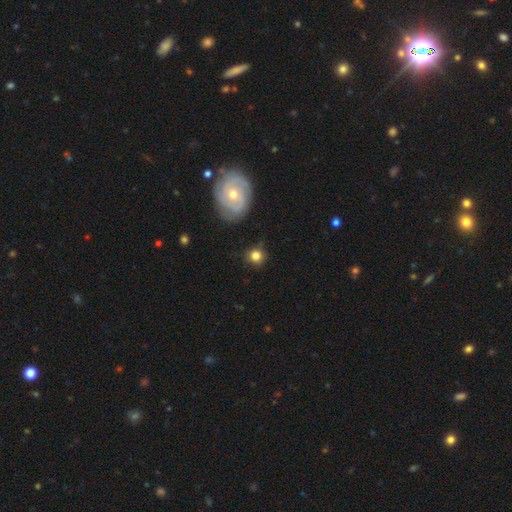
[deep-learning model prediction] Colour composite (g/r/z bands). It shows a smooth galaxy with no disk features (80%) that is round (88%). Merging: none (78%).